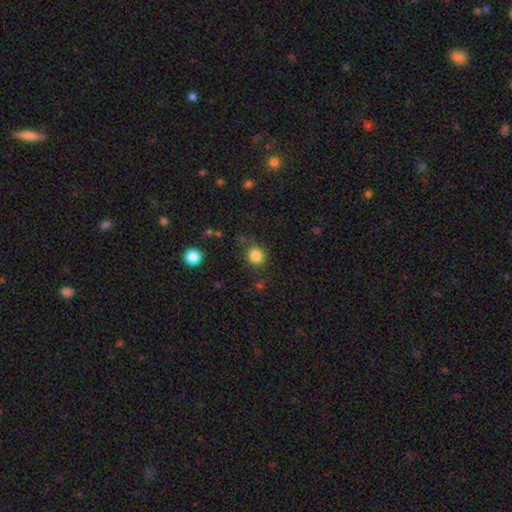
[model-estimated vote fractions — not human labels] The model was most divided on "merging": none: 82%, minor disturbance: 11%, major disturbance: 4%, merger: 3%. More confident: how rounded — round (88%); smooth or featured — smooth (84%).